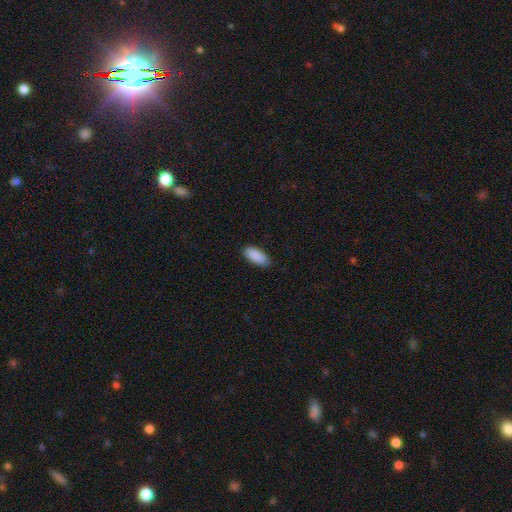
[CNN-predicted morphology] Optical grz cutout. It shows a smooth galaxy with no disk features (91%) that is in between round and cigar-shaped (86%). Merging: none (85%).